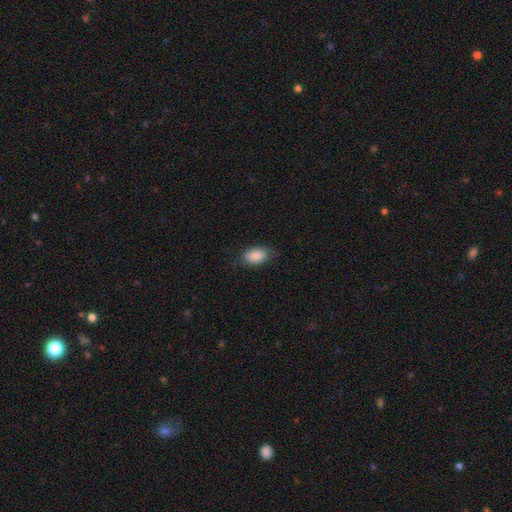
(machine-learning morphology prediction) This is clearly a smooth galaxy (89%). How rounded: clearly in between (90%). Merging: likely none (79%).